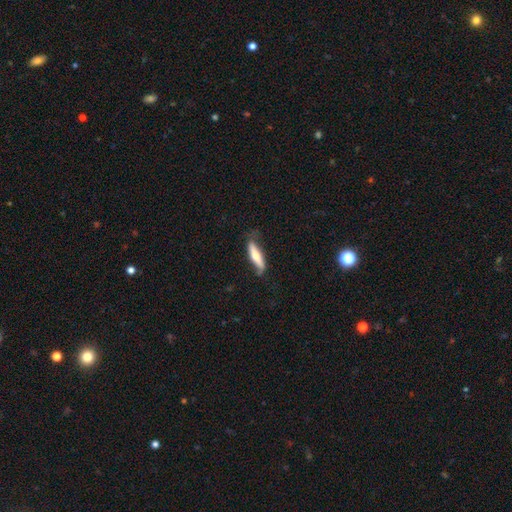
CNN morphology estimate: type=smooth (54%); roundness=cigar-shaped (67%); merging=none (60%).